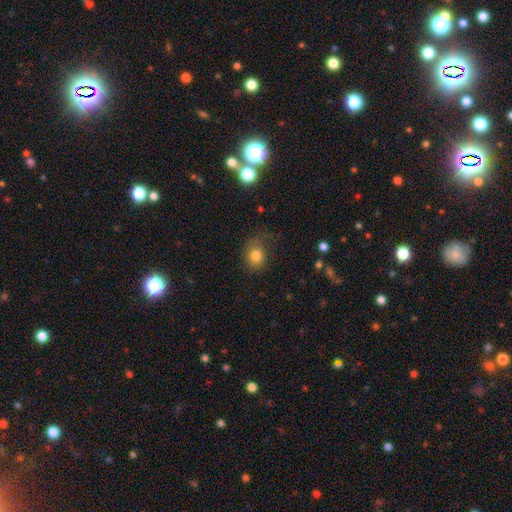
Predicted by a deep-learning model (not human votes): This is likely a smooth galaxy (79%). How rounded: likely round (66%). Merging: likely none (60%).